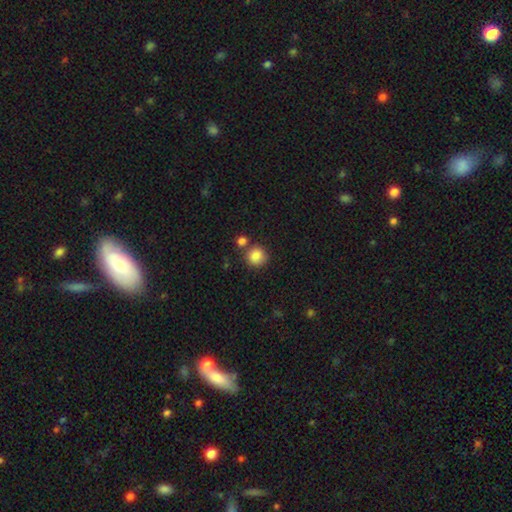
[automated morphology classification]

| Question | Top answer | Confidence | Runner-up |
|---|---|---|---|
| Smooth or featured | smooth | 86% | star or artifact (9%) |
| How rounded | round | 91% | in between (8%) |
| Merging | none | 74% | merger (13%) |